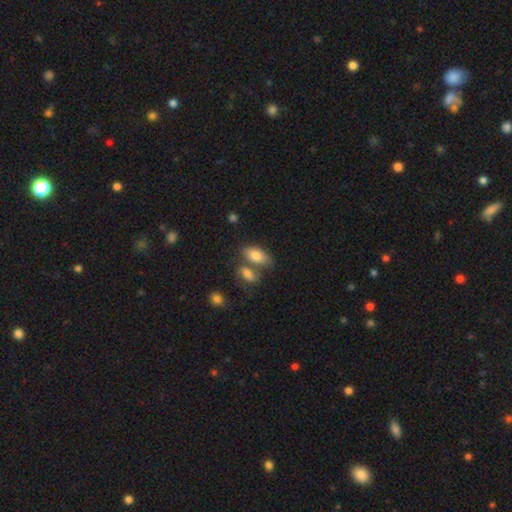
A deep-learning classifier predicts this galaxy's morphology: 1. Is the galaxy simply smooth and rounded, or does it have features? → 80% smooth, 12% featured or disk, 7% star or artifact.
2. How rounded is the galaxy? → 89% in between, 6% cigar-shaped, 5% round.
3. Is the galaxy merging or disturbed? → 49% none, 35% merger, 12% minor disturbance, 4% major disturbance.